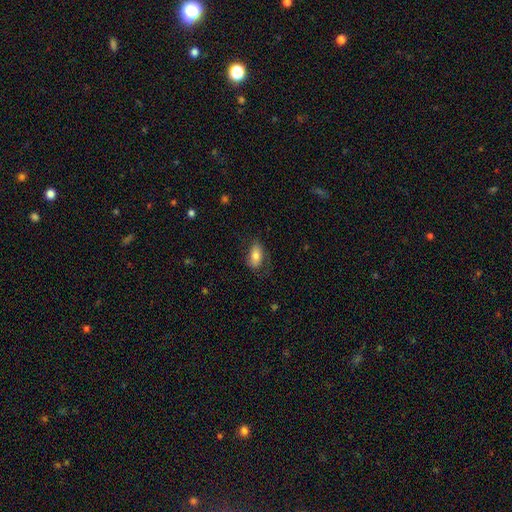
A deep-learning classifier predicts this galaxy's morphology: Smooth or featured?
  - smooth: 76% *
  - featured or disk: 17%
  - star or artifact: 7%
How rounded?
  - in between: 90% *
  - round: 5%
  - cigar-shaped: 4%
Merging?
  - none: 70% *
  - minor disturbance: 21%
  - major disturbance: 8%
  - merger: 1%